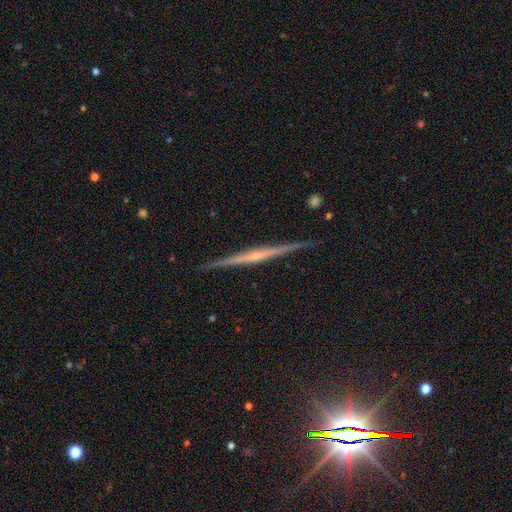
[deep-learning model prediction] Smooth or featured? featured or disk (79%)
Edge-on disk? yes (98%)
Edge-on bulge? rounded (55%)
Merging? none (91%)